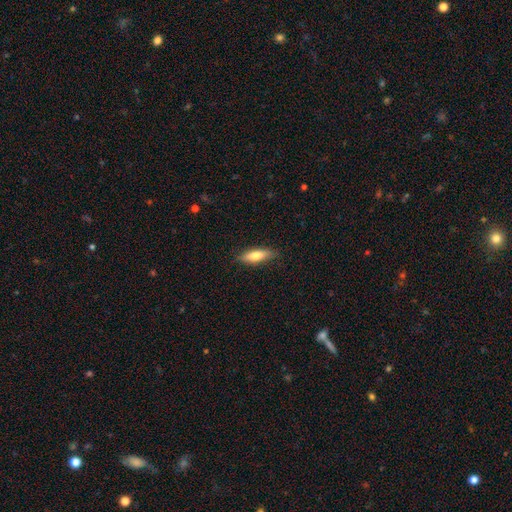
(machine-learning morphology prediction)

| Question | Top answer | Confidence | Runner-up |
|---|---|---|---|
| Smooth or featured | smooth | 72% | featured or disk (22%) |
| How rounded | cigar-shaped | 52% | in between (46%) |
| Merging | none | 84% | minor disturbance (13%) |